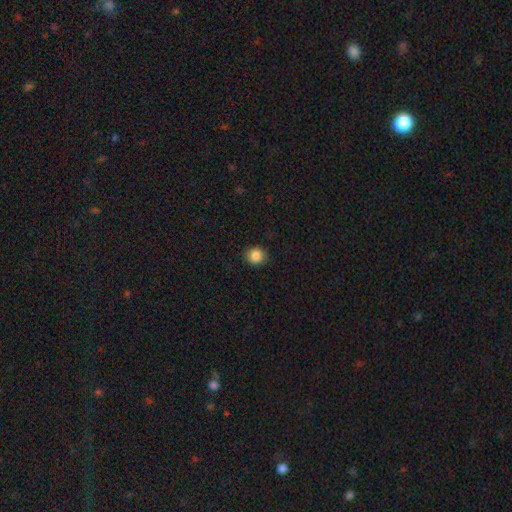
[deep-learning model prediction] Smooth or featured: smooth — 87% (star or artifact — 10%)
How rounded: round — 82% (in between — 17%)
Merging: none — 90% (minor disturbance — 7%)